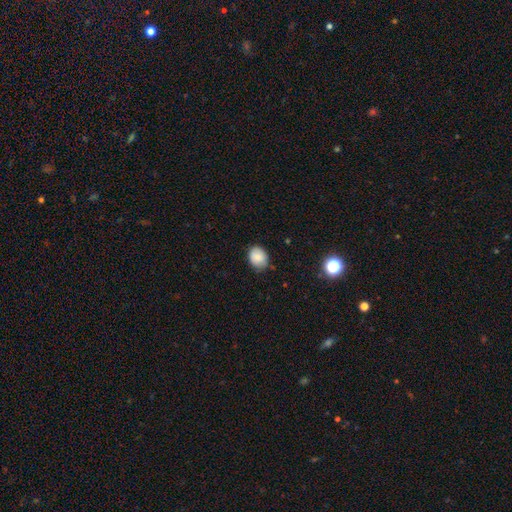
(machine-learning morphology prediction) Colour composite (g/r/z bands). It shows a smooth galaxy with no disk features (82%) that is round (52%). Merging: none (77%).